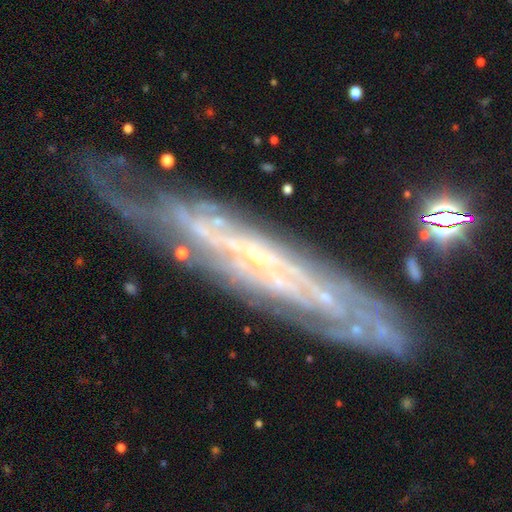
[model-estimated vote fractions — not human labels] A featured or disk galaxy (82%).

Vote fractions:
- Smooth or featured? featured or disk: 82% / smooth: 10% / star or artifact: 8%
- Edge-on disk? no: 53% / yes: 47%
- Merging? none: 71% / minor disturbance: 19% / major disturbance: 7% / merger: 3%